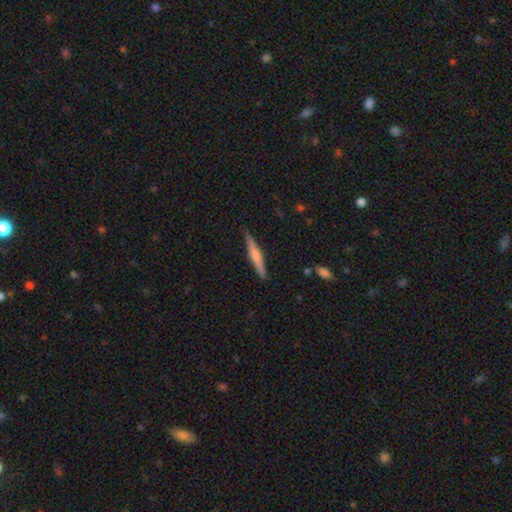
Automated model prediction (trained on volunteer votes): smooth-or-featured: featured or disk: 51% | smooth: 43% | star or artifact: 6%
  disk-edge-on: yes: 97% | no: 3%
  merging: none: 88% | minor disturbance: 9% | major disturbance: 2% | merger: 1%